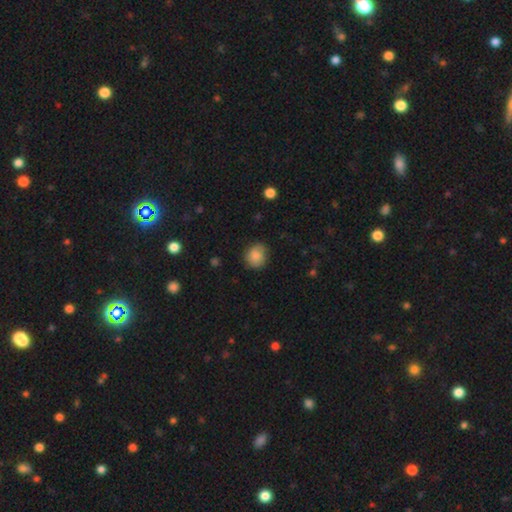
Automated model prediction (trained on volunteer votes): This appears to be a smooth galaxy with no disk features (84%) that is round (79%). Merging: none (77%).